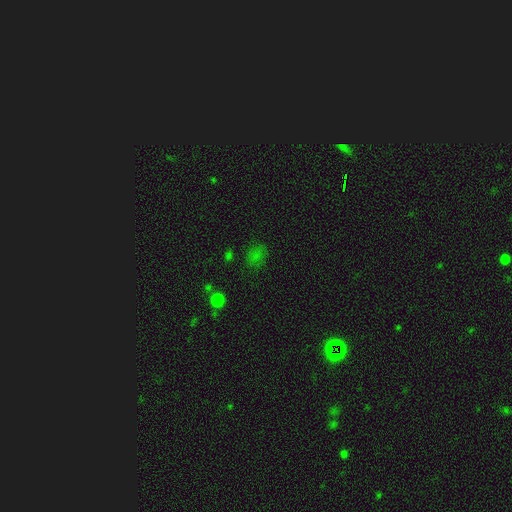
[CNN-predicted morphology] This is likely a smooth galaxy (63%). How rounded: possibly in between (52%). Merging: likely none (69%).